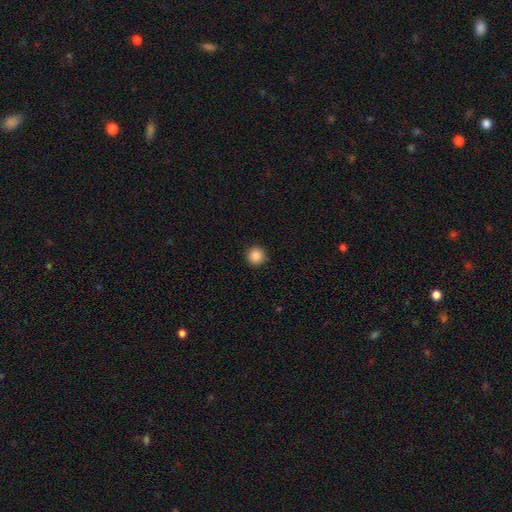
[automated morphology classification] This appears to be a smooth galaxy with no disk features (87%) that is round (95%). Merging: none (92%).